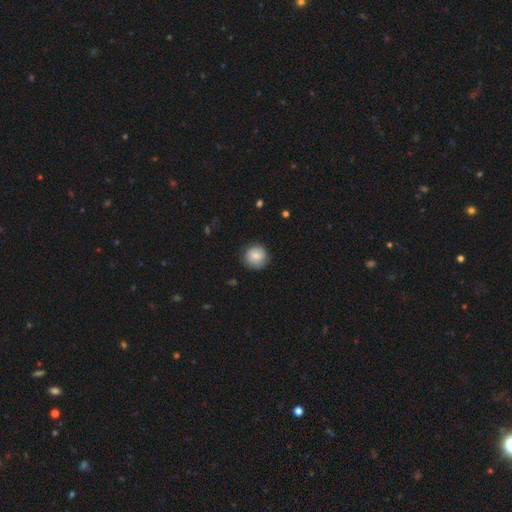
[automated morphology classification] Overall: smooth (77%). How rounded: round (93%). Merging: none (82%).